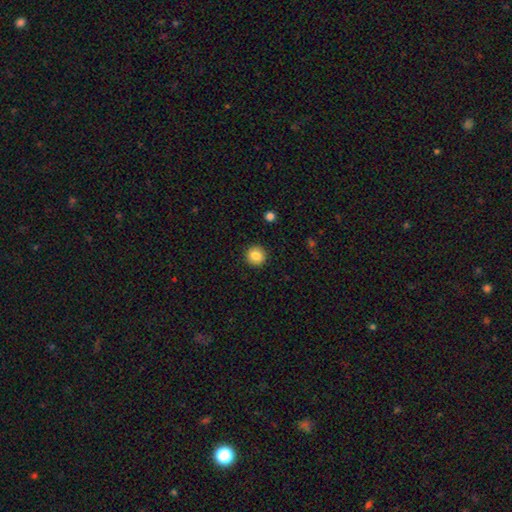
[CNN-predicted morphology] A smooth galaxy with no disk features (85%) that is round (93%). Merging: none (93%).